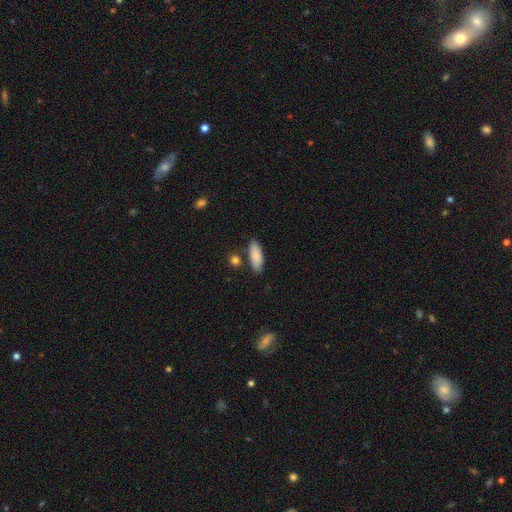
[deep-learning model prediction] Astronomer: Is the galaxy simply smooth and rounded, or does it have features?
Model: smooth — 87%.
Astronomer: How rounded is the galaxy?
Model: in between — 73%.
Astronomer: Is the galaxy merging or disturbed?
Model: none — 78%.